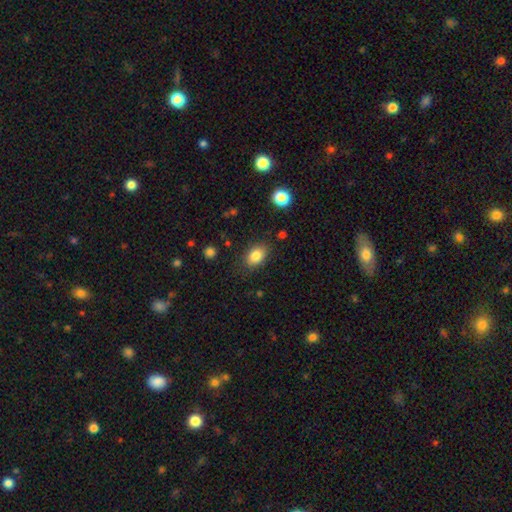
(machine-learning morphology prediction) Smooth or featured? smooth (84%)
How rounded? in between (82%)
Merging? none (83%)